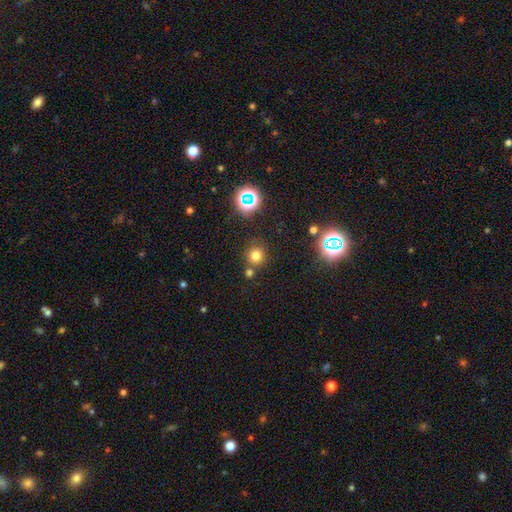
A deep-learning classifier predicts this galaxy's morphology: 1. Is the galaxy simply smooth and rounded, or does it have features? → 71% smooth, 22% star or artifact, 6% featured or disk.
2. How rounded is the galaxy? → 93% round, 6% in between, 1% cigar-shaped.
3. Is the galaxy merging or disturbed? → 76% none, 13% merger, 8% minor disturbance, 3% major disturbance.